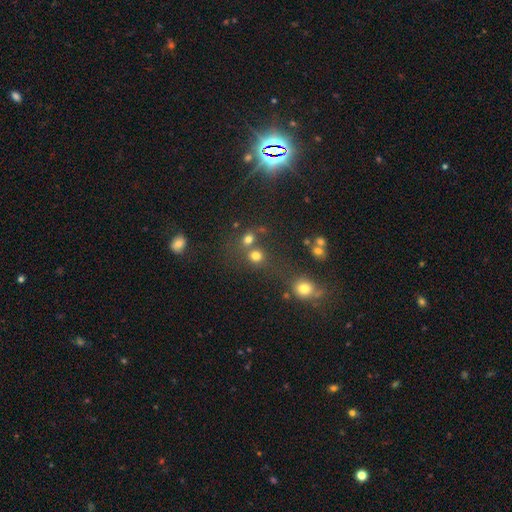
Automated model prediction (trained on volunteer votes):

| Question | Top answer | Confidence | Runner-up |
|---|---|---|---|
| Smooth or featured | smooth | 74% | star or artifact (19%) |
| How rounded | round | 83% | in between (16%) |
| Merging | none | 55% | merger (30%) |